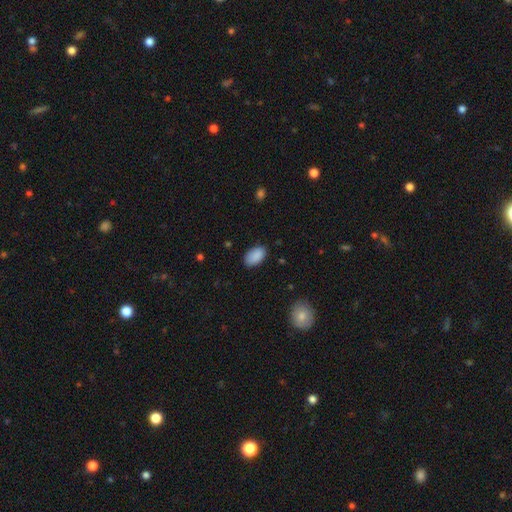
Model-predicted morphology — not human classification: This is clearly a smooth galaxy (89%). How rounded: clearly in between (93%). Merging: clearly none (83%).